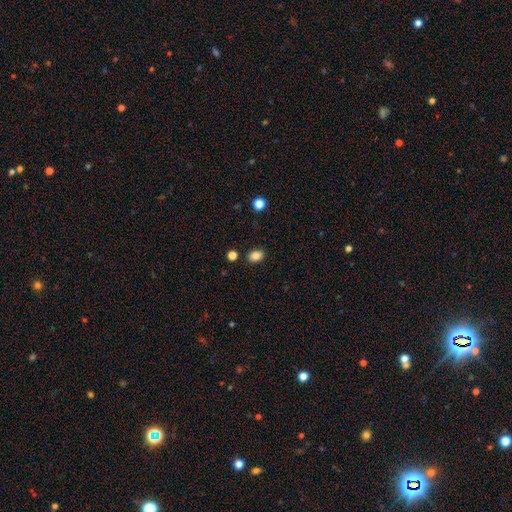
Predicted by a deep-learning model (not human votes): This is clearly a smooth galaxy (83%). How rounded: likely in between (77%). Merging: clearly none (86%).